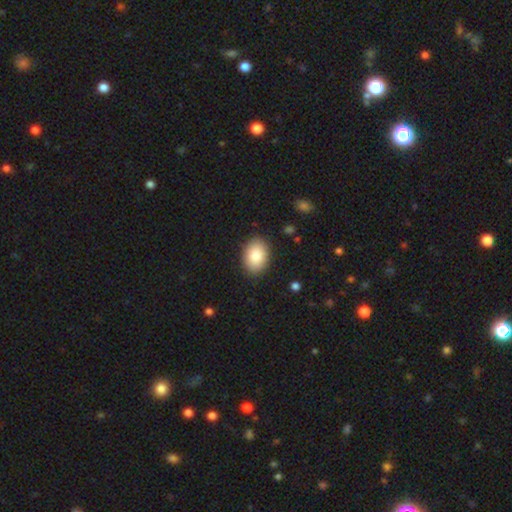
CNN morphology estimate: This appears to be a smooth galaxy with no disk features (86%) that is in between round and cigar-shaped (83%). Merging: none (88%).